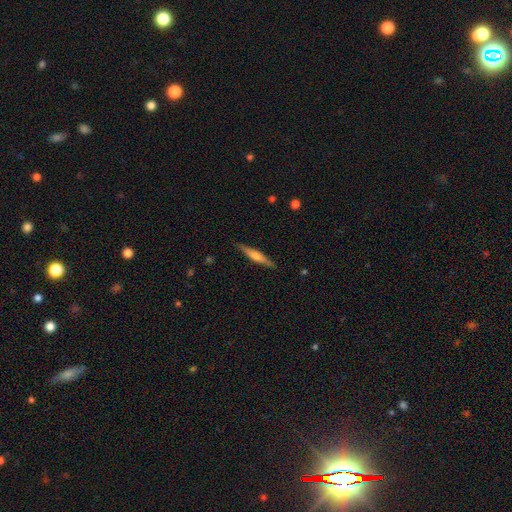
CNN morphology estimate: type=featured or disk (59%); edge-on=yes (97%); edge-on bulge=rounded (71%); merging=none (90%).